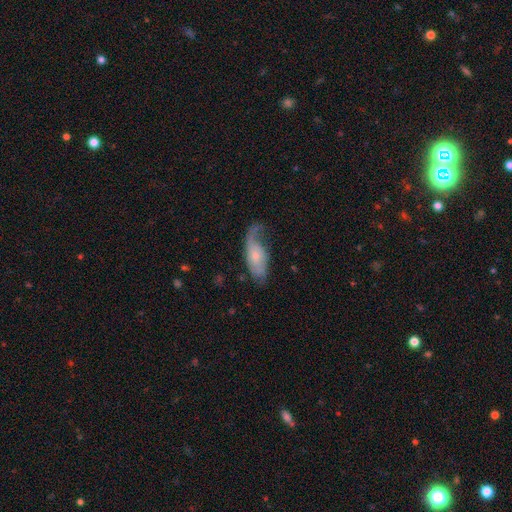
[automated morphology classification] A featured or disk galaxy (60%) with no bar (75%), spiral arms (81%) and a small central bulge (64%). Merging: none (39%).